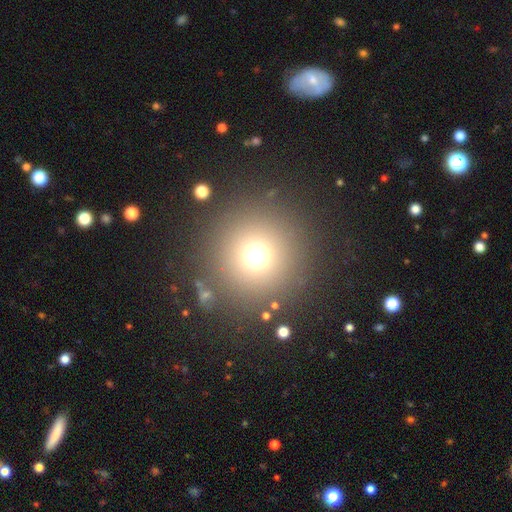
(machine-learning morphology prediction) This appears to be a smooth galaxy with no disk features (69%) that is round (96%). Merging: none (85%).